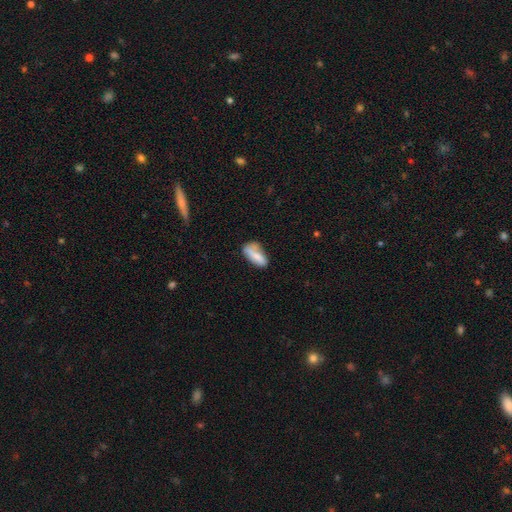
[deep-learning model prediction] Q: Smooth or featured?
A: smooth (74%); runner-up: featured or disk (19%)
Q: How rounded?
A: in between (82%); runner-up: cigar-shaped (15%)
Q: Merging?
A: none (47%); runner-up: minor disturbance (30%)